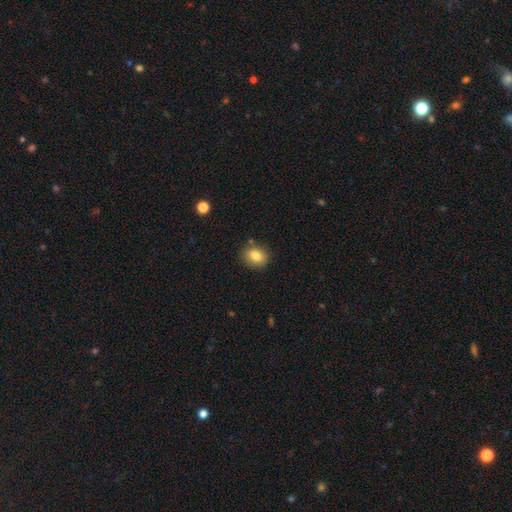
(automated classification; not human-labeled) smooth 82%, star or artifact 10%, featured or disk 8%. Down the decision tree: how rounded — round (55%); merging — none (83%).